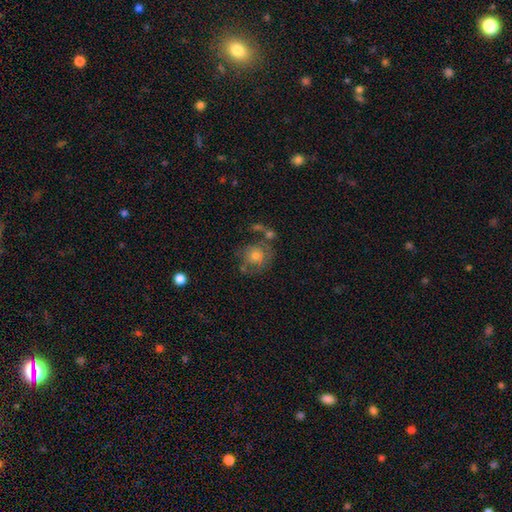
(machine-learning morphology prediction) A featured or disk galaxy (44%).

Vote fractions:
- Smooth or featured? featured or disk: 44% / smooth: 43% / star or artifact: 13%
- Merging? none: 55% / minor disturbance: 18% / merger: 14% / major disturbance: 13%